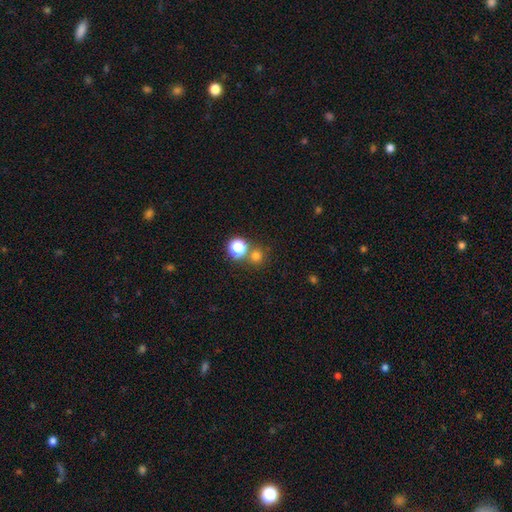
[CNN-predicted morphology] The model was most divided on "merging": none: 68%, merger: 22%, minor disturbance: 7%, major disturbance: 3%. More confident: how rounded — round (92%); smooth or featured — smooth (71%).